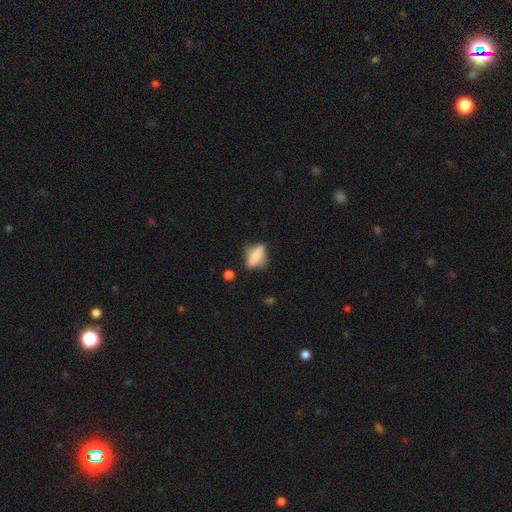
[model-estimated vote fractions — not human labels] smooth_or_featured: smooth (p=0.64) [alt: featured or disk p=0.27]
how_rounded: in between (p=0.61) [alt: cigar-shaped p=0.31]
merging: none (p=0.62) [alt: minor disturbance p=0.24]